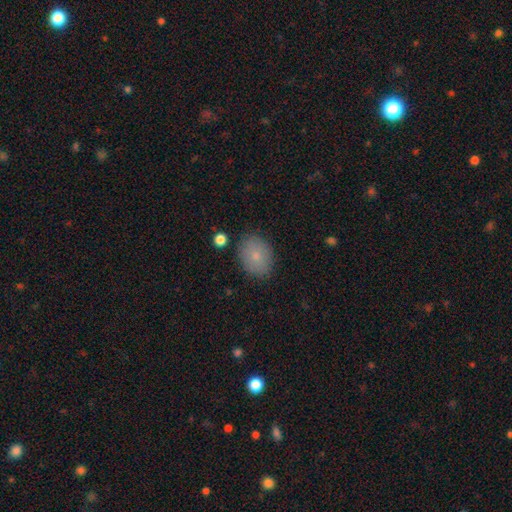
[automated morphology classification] smooth_or_featured: smooth (p=0.80) [alt: featured or disk p=0.12]
how_rounded: in between (p=0.68) [alt: round p=0.31]
merging: none (p=0.85) [alt: minor disturbance p=0.11]